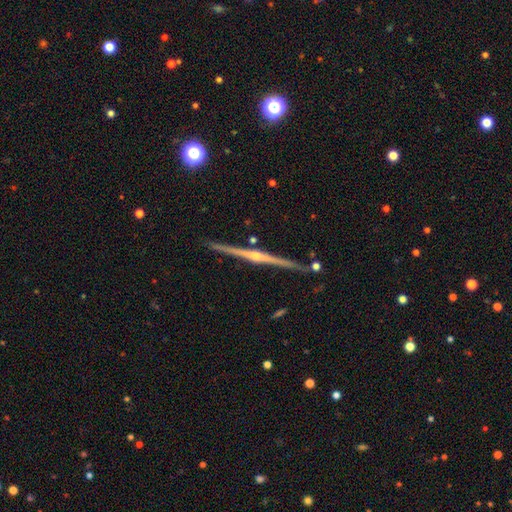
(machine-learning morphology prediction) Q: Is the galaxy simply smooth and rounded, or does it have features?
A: featured or disk — 88%.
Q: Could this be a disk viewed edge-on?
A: yes — 99%.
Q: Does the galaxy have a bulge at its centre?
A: rounded — 86%.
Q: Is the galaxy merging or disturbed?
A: none — 91%.